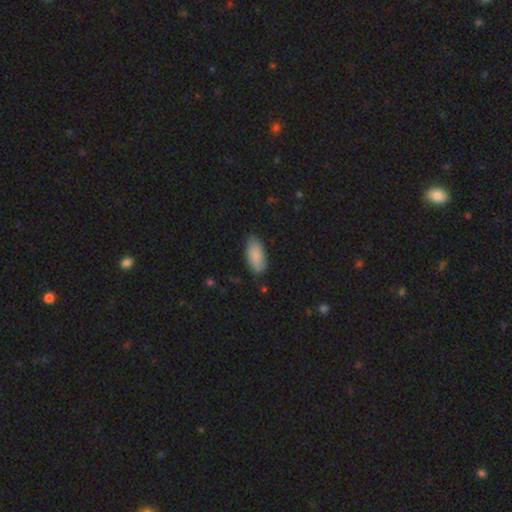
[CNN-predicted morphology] A smooth galaxy with no disk features (84%) that is in between round and cigar-shaped (90%). Merging: none (80%).